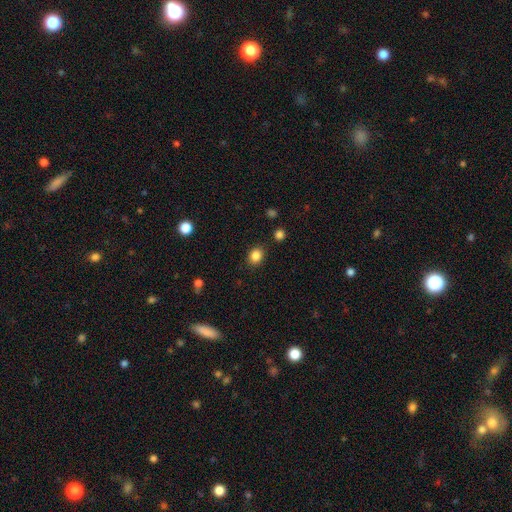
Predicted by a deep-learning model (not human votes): smooth 85%, star or artifact 11%, featured or disk 4%. Down the decision tree: how rounded — round (58%); merging — none (86%).